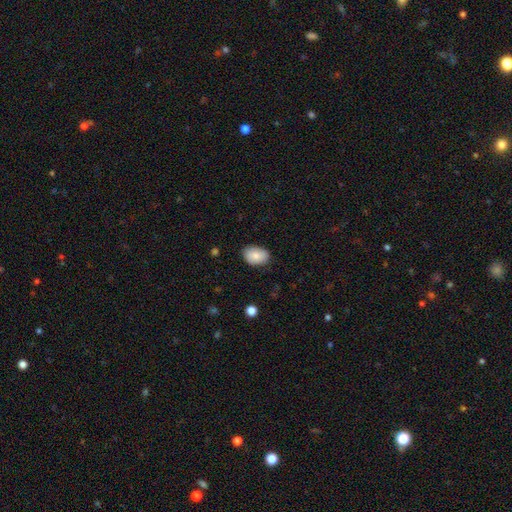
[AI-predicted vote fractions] Q: Smooth or featured?
A: smooth (85%); runner-up: featured or disk (9%)
Q: How rounded?
A: in between (84%); runner-up: round (15%)
Q: Merging?
A: none (80%); runner-up: minor disturbance (16%)